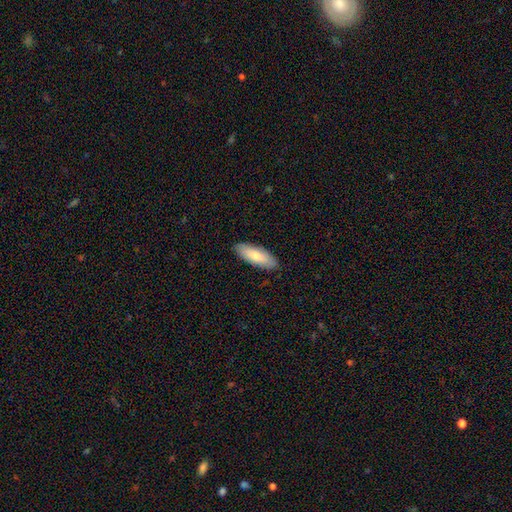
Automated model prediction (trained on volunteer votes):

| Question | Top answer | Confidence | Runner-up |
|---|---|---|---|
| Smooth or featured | smooth | 78% | featured or disk (17%) |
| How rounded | in between | 67% | cigar-shaped (31%) |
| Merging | none | 89% | minor disturbance (9%) |